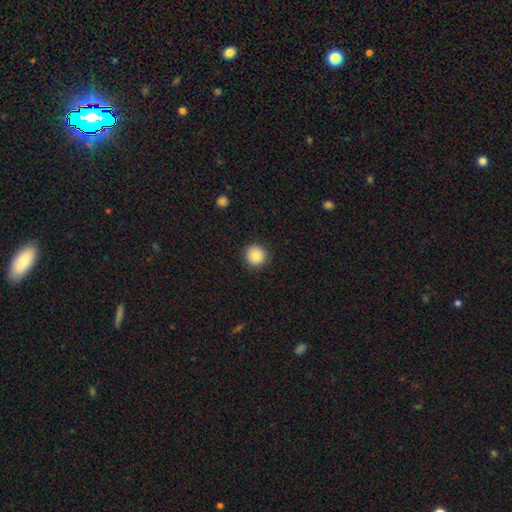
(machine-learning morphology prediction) smooth-or-featured: smooth: 84% | star or artifact: 9% | featured or disk: 7%
  how-rounded: round: 95% | in between: 4% | cigar-shaped: 1%
  merging: none: 91% | minor disturbance: 6% | major disturbance: 2% | merger: 1%